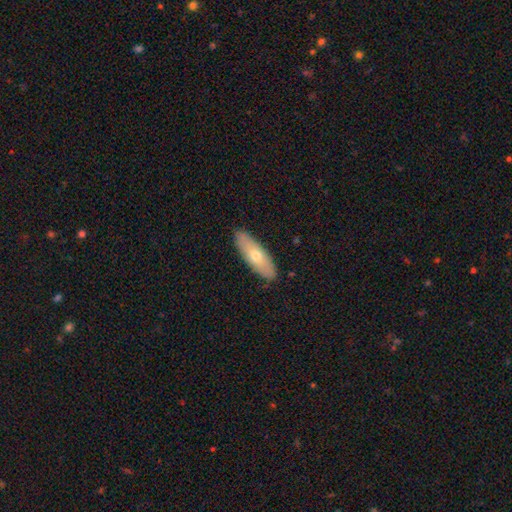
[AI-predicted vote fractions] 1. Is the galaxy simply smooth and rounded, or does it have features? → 61% smooth, 34% featured or disk, 6% star or artifact.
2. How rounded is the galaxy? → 55% in between, 42% cigar-shaped, 3% round.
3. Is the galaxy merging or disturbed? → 89% none, 9% minor disturbance, 2% major disturbance, 1% merger.